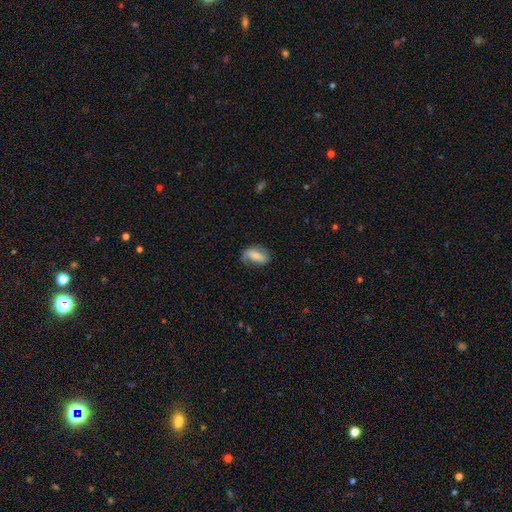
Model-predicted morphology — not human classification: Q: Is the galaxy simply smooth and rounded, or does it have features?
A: smooth — 60%.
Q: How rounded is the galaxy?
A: in between — 88%.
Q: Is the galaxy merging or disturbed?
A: none — 59%.